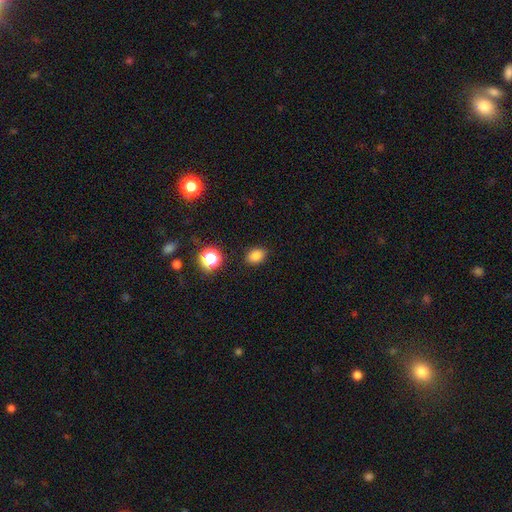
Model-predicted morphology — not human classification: smooth 81%, star or artifact 15%, featured or disk 5%. Down the decision tree: how rounded — in between (70%); merging — none (85%).